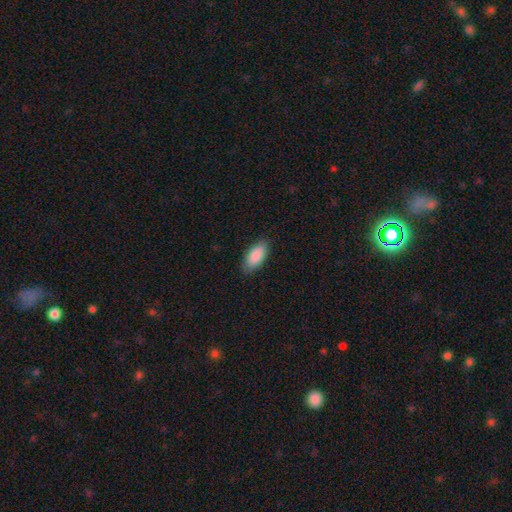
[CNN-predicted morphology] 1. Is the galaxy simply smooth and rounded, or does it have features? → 89% smooth, 6% star or artifact, 5% featured or disk.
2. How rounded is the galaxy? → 90% in between, 8% cigar-shaped, 2% round.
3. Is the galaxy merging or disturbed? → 85% none, 12% minor disturbance, 2% major disturbance, 1% merger.